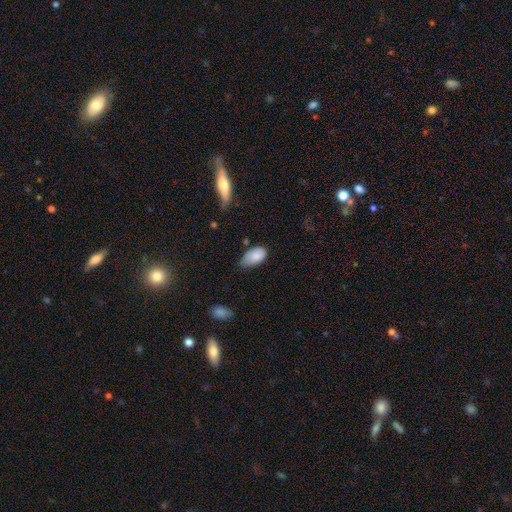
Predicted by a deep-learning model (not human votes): Morphology: type=smooth (83%); roundness=in between (94%); merging=minor disturbance (44%, tied with none).